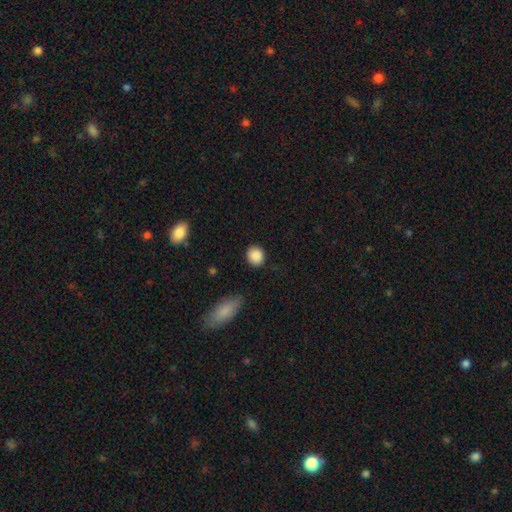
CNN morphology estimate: A smooth galaxy with no disk features (88%) that is round (77%). Merging: none (85%).